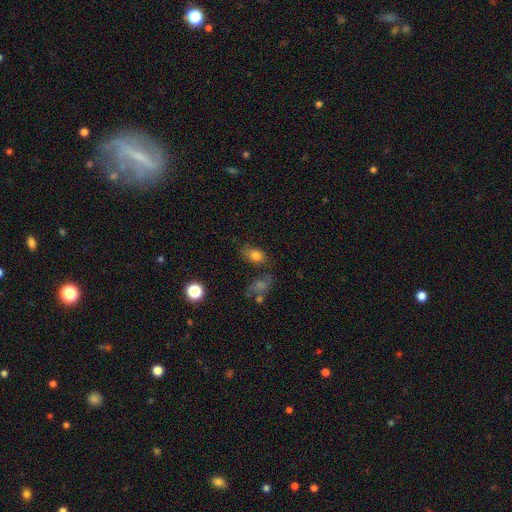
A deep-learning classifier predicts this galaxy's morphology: Overall: smooth (78%). How rounded: in between (78%). Merging: none (67%).